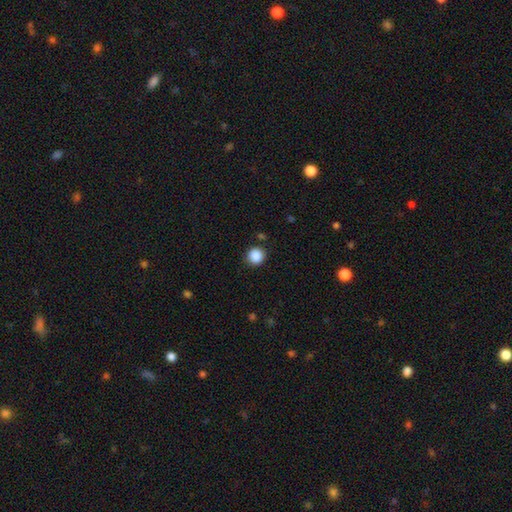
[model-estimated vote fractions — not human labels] This appears to be a smooth galaxy with no disk features (87%) that is round (92%). Merging: none (88%).